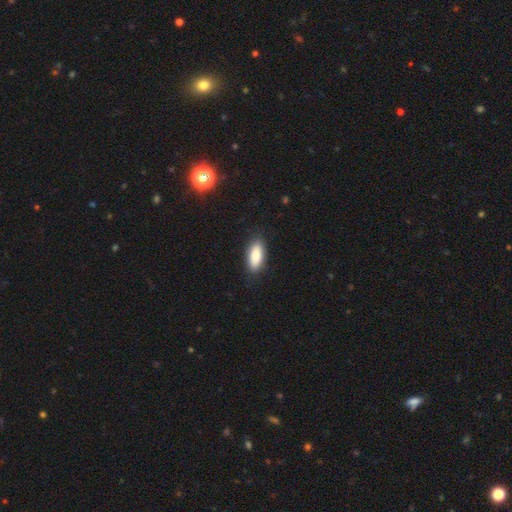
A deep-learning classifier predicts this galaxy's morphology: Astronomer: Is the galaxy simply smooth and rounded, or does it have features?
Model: smooth — 86%.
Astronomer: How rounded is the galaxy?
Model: in between — 83%.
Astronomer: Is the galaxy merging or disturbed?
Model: none — 87%.